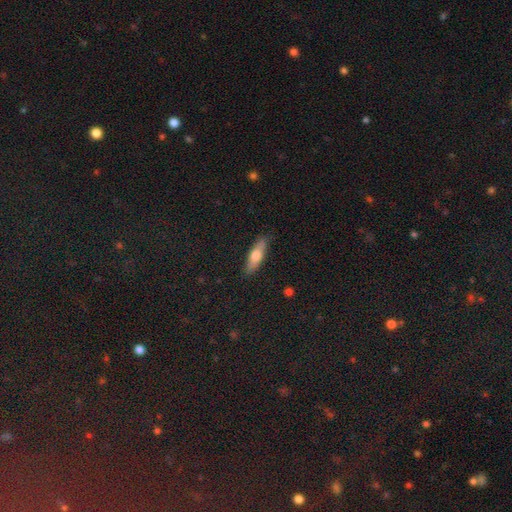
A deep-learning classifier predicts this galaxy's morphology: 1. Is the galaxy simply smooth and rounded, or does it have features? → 62% smooth, 32% featured or disk, 6% star or artifact.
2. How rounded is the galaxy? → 58% cigar-shaped, 39% in between, 2% round.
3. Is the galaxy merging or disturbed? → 86% none, 10% minor disturbance, 2% major disturbance, 1% merger.